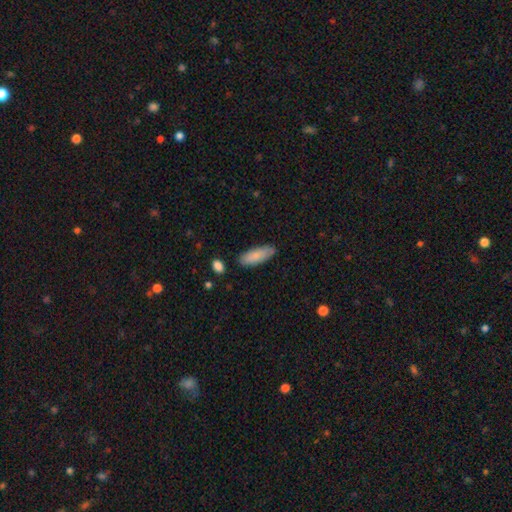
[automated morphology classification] type=smooth (85%); roundness=in between (68%); merging=none (82%).